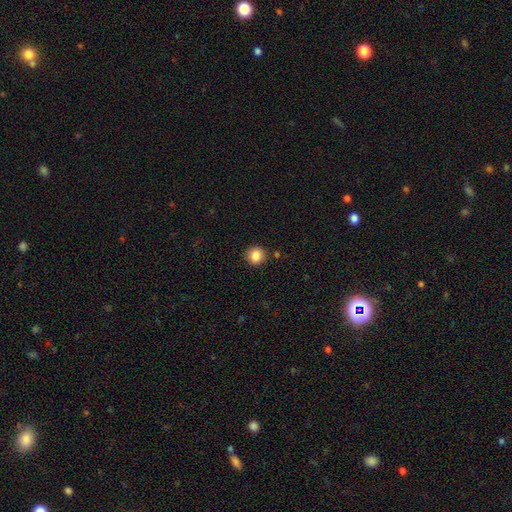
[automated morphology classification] Smooth or featured?
  - smooth: 86% *
  - star or artifact: 10%
  - featured or disk: 4%
How rounded?
  - round: 89% *
  - in between: 10%
  - cigar-shaped: 1%
Merging?
  - none: 88% *
  - minor disturbance: 8%
  - merger: 2%
  - major disturbance: 2%